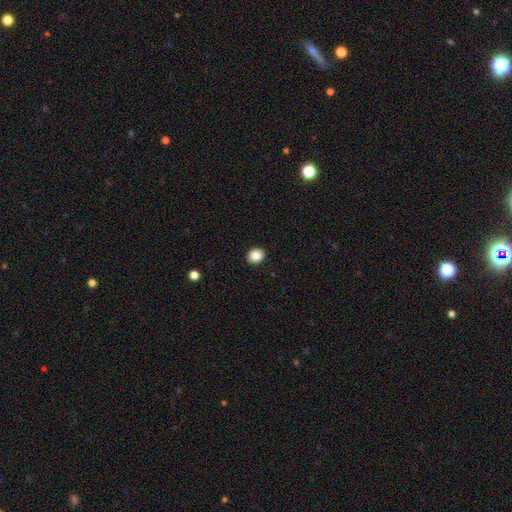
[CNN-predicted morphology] The model was most divided on "how rounded": round: 66%, in between: 33%, cigar-shaped: 1%. More confident: merging — none (92%); smooth or featured — smooth (86%).